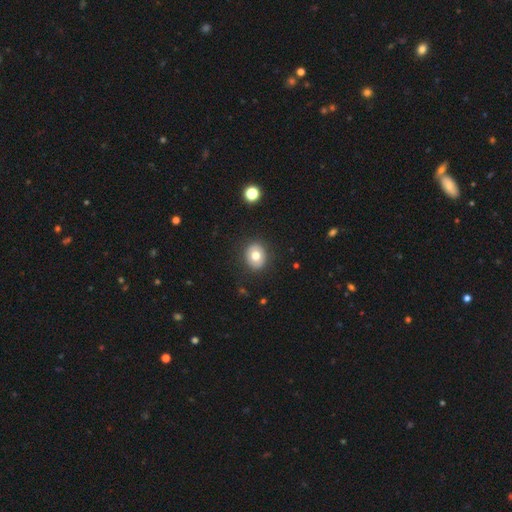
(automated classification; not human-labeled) This is likely a smooth galaxy (71%). How rounded: likely round (64%). Merging: clearly none (88%).